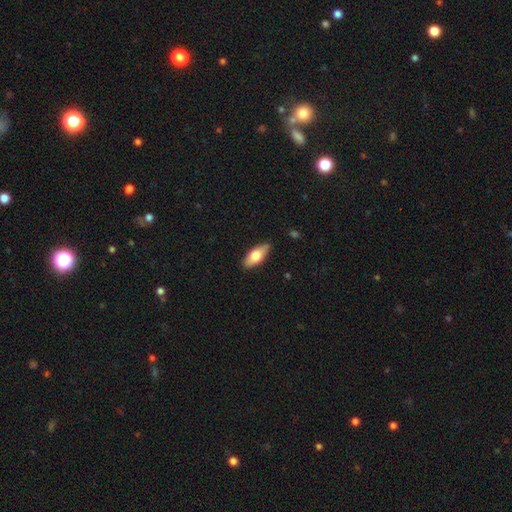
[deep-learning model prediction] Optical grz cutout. It shows a smooth galaxy with no disk features (67%) that is in between round and cigar-shaped (80%). Merging: none (85%).